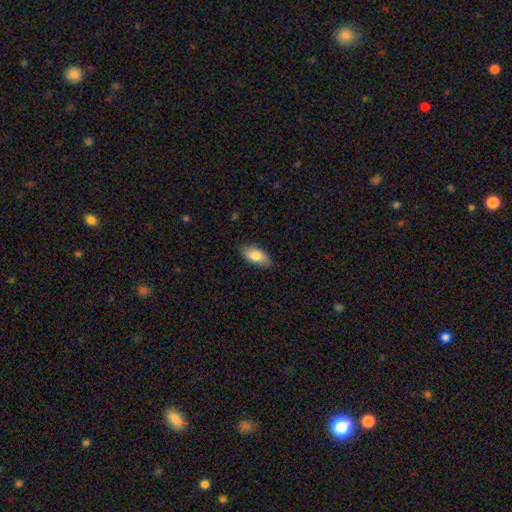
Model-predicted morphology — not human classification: type=smooth (80%); roundness=in between (91%); merging=none (82%).